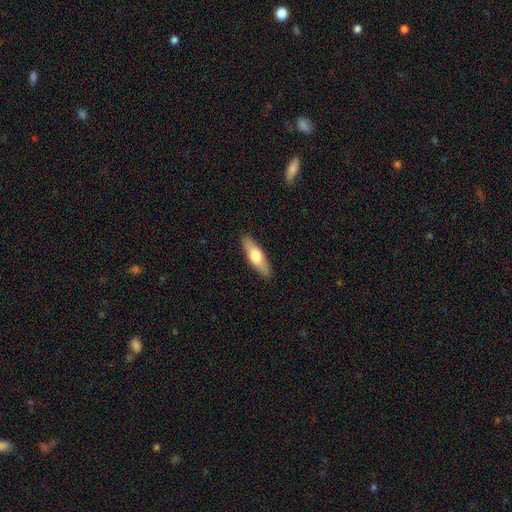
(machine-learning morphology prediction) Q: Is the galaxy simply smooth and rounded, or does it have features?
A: smooth — 58%.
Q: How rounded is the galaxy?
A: cigar-shaped — 54%.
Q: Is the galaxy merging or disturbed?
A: none — 89%.